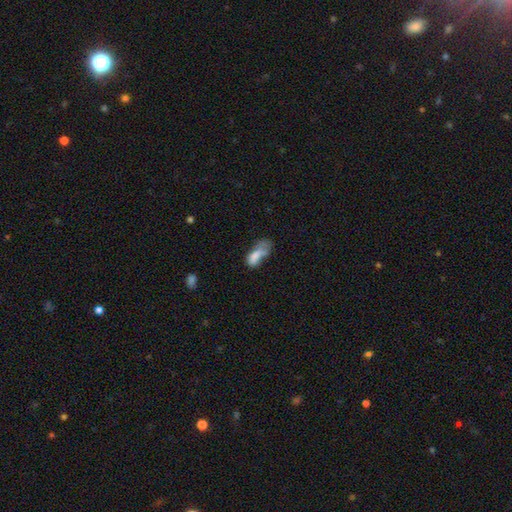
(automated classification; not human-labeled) Smooth or featured: smooth — 71% (featured or disk — 19%)
How rounded: in between — 83% (cigar-shaped — 13%)
Merging: major disturbance — 41% (minor disturbance — 24%)